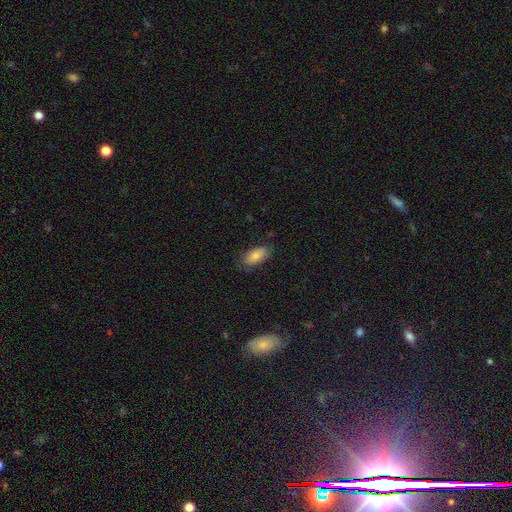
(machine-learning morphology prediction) The model was most divided on "merging": none: 78%, minor disturbance: 17%, major disturbance: 4%, merger: 1%. More confident: how rounded — in between (91%); smooth or featured — smooth (81%).